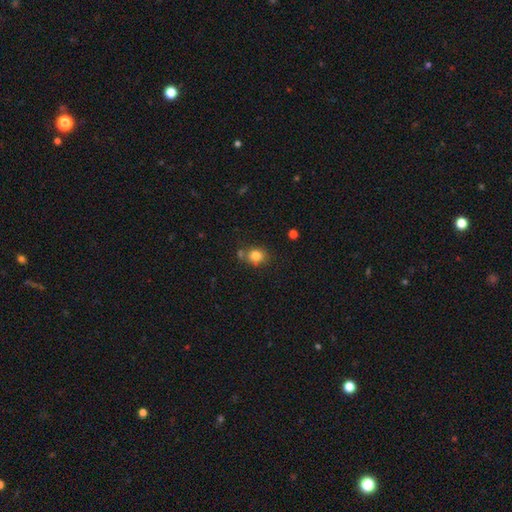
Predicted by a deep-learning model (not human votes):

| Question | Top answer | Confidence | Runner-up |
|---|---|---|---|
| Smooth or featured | smooth | 81% | star or artifact (11%) |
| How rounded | round | 71% | in between (28%) |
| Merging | none | 68% | minor disturbance (14%) |